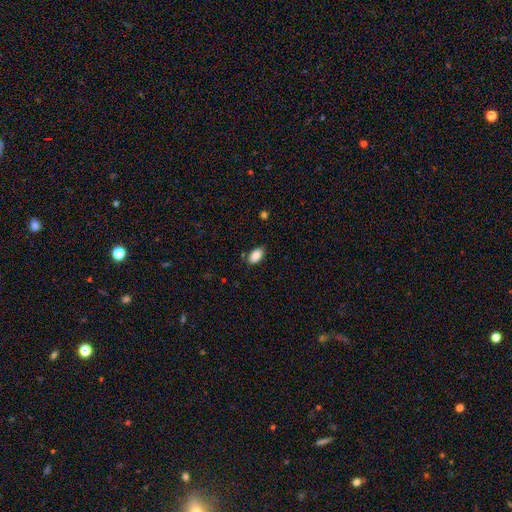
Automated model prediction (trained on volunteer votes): The model was most divided on "merging": none: 82%, minor disturbance: 14%, major disturbance: 3%, merger: 2%. More confident: how rounded — in between (93%); smooth or featured — smooth (88%).